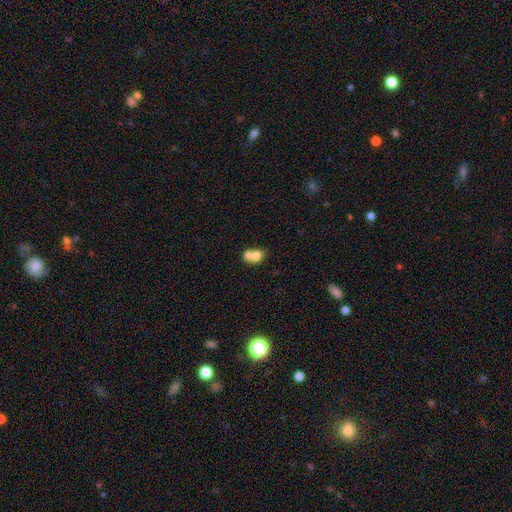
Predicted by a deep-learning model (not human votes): Smooth or featured? Predicted: smooth (p=0.71). How rounded? Predicted: round (p=0.53). Merging? Predicted: merger (p=0.69).